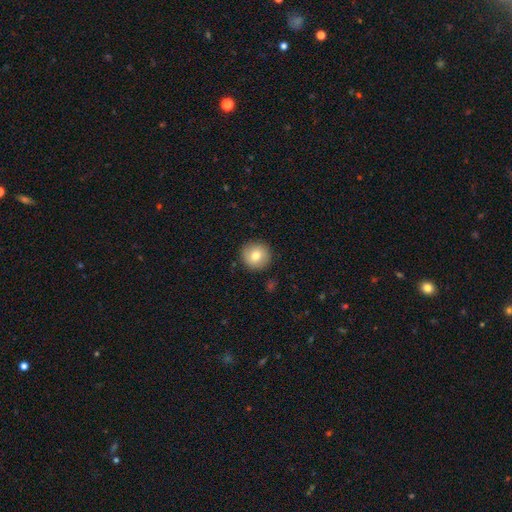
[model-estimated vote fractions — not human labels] Smooth or featured: smooth — 78% (featured or disk — 13%)
How rounded: round — 94% (in between — 5%)
Merging: none — 90% (minor disturbance — 7%)